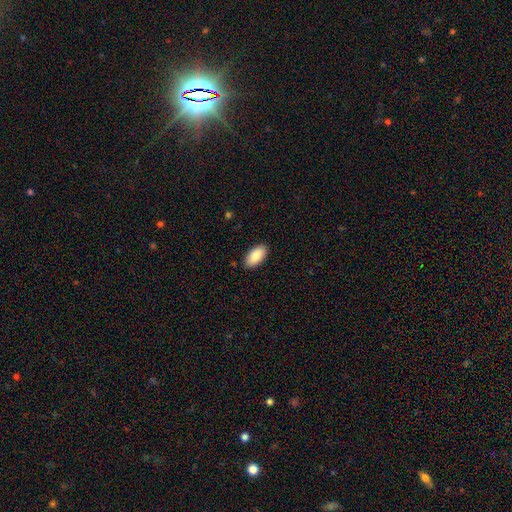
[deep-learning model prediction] smooth_or_featured: smooth (p=0.86) [alt: featured or disk p=0.08]
how_rounded: in between (p=0.95) [alt: cigar-shaped p=0.03]
merging: none (p=0.88) [alt: minor disturbance p=0.09]